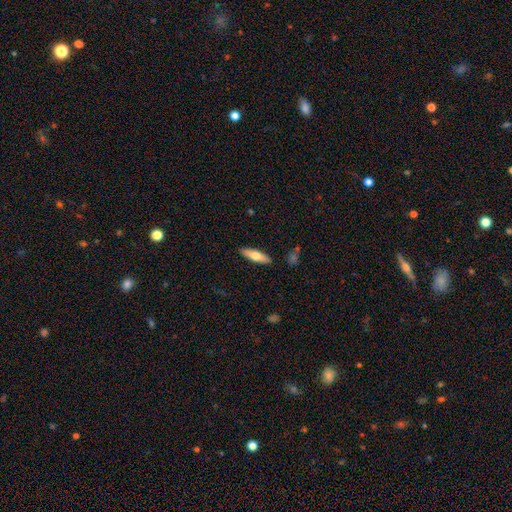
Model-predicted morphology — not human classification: The model was most divided on "how rounded": cigar-shaped: 60%, in between: 38%, round: 2%. More confident: merging — none (89%); smooth or featured — smooth (62%).